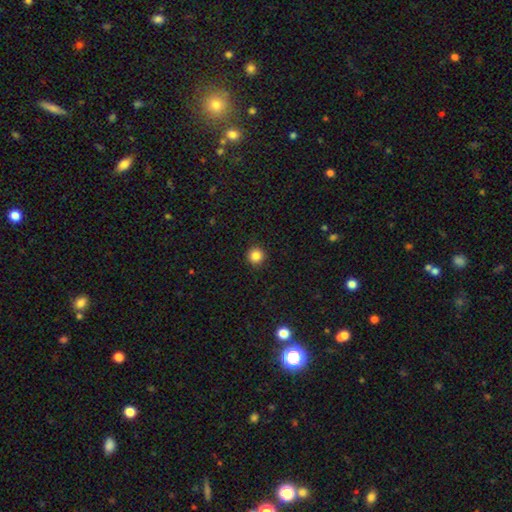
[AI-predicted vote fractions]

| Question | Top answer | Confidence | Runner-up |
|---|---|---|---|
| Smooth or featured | smooth | 85% | star or artifact (11%) |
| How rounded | round | 95% | in between (4%) |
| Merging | none | 93% | minor disturbance (5%) |